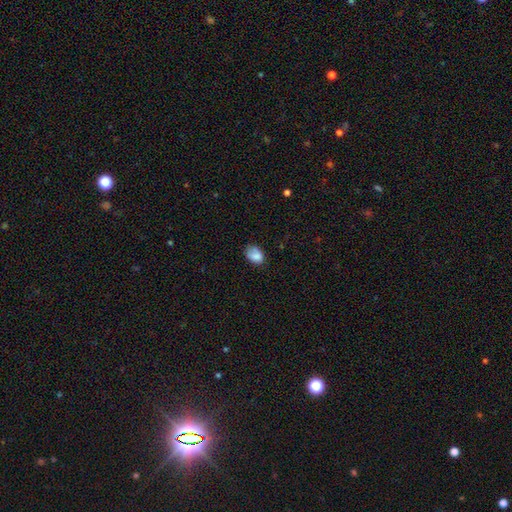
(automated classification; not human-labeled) This appears to be a smooth galaxy with no disk features (81%) that is in between round and cigar-shaped (75%). Merging: none (58%).